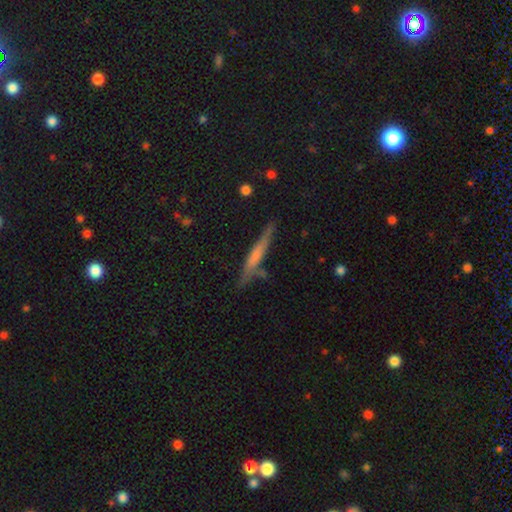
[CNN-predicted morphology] smooth_or_featured: smooth (p=0.53) [alt: featured or disk p=0.41]
how_rounded: cigar-shaped (p=0.94) [alt: in between p=0.05]
merging: none (p=0.76) [alt: minor disturbance p=0.16]